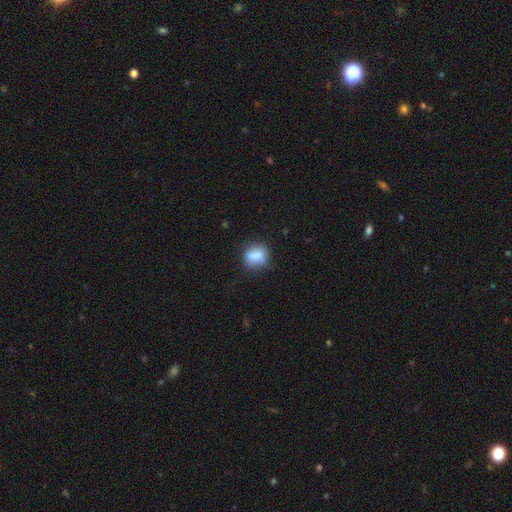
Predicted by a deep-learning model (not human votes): A smooth galaxy with no disk features (81%) that is round (59%). Merging: none (63%).